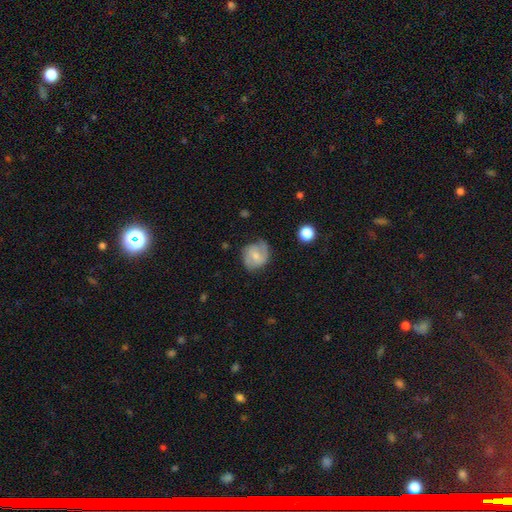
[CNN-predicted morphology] A featured or disk galaxy (51%). Merging: none (63%).